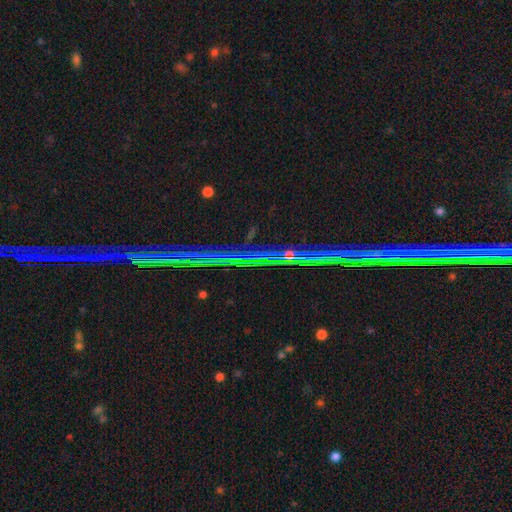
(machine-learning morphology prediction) Smooth or featured? star or artifact (87%)